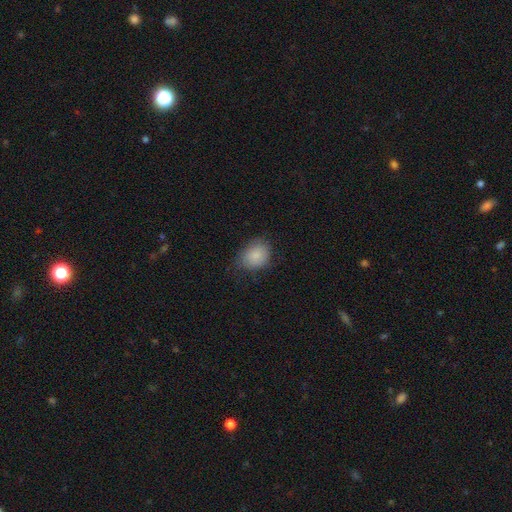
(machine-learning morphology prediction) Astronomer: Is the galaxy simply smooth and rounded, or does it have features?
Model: smooth — 85%.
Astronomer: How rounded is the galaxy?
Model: in between — 53% (runner-up: round, 46%).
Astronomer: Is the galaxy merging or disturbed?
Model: none — 67%.